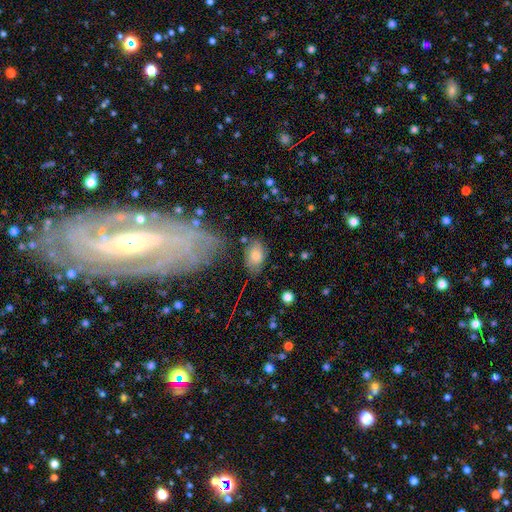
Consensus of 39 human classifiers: smooth-or-featured: smooth: 74% | featured or disk: 13% | star or artifact: 13%
  how-rounded: in between: 83% | round: 10% | cigar-shaped: 7%
  merging: none: 68% | minor disturbance: 18% | major disturbance: 12% | merger: 3%